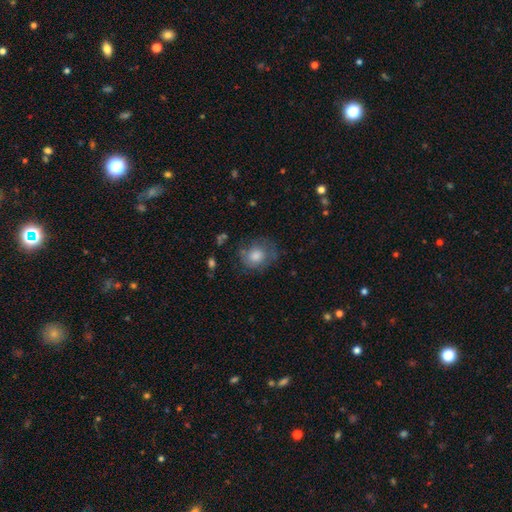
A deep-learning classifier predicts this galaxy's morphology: A smooth galaxy with no disk features (61%) that is round (68%).

Vote fractions:
- Smooth or featured? smooth: 61% / featured or disk: 29% / star or artifact: 10%
- How rounded? round: 68% / in between: 31% / cigar-shaped: 1%
- Merging? none: 66% / minor disturbance: 21% / major disturbance: 11% / merger: 2%